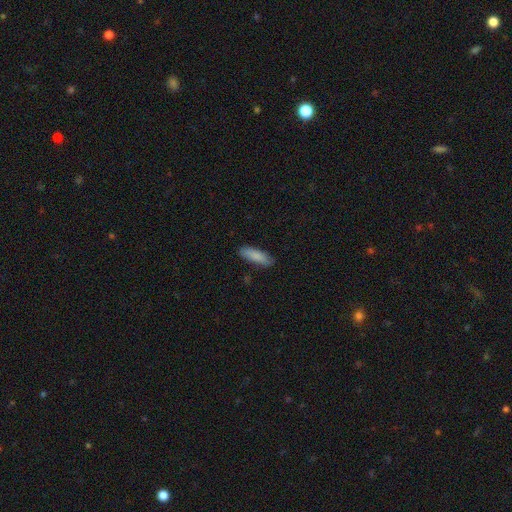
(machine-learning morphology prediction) Smooth or featured? smooth (87%)
How rounded? cigar-shaped (52%)
Merging? none (85%)